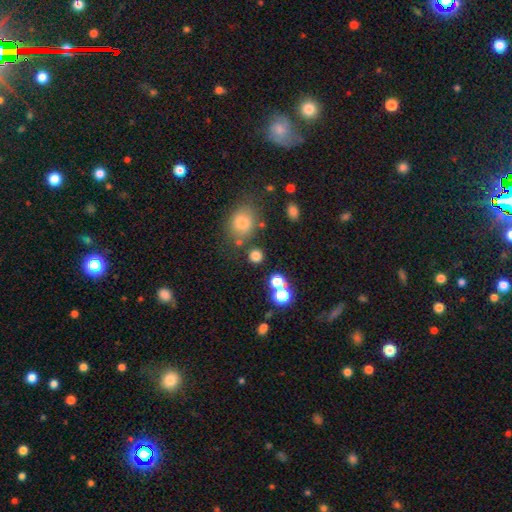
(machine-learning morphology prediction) A smooth galaxy with no disk features (76%) that is round (86%).

Vote fractions:
- Smooth or featured? smooth: 76% / star or artifact: 18% / featured or disk: 7%
- How rounded? round: 86% / in between: 13% / cigar-shaped: 1%
- Merging? none: 75% / merger: 12% / minor disturbance: 9% / major disturbance: 4%